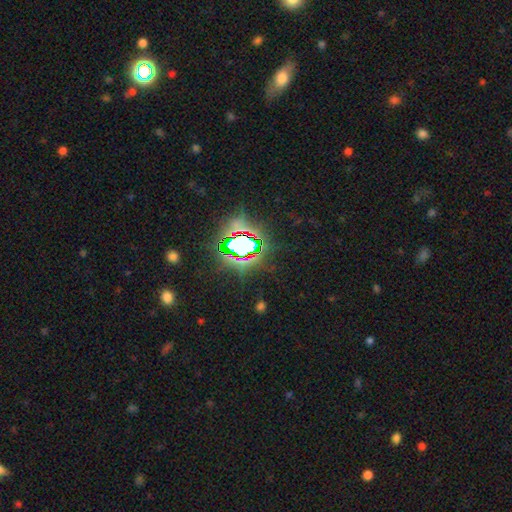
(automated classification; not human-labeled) A star or artifact, not a galaxy (80%).